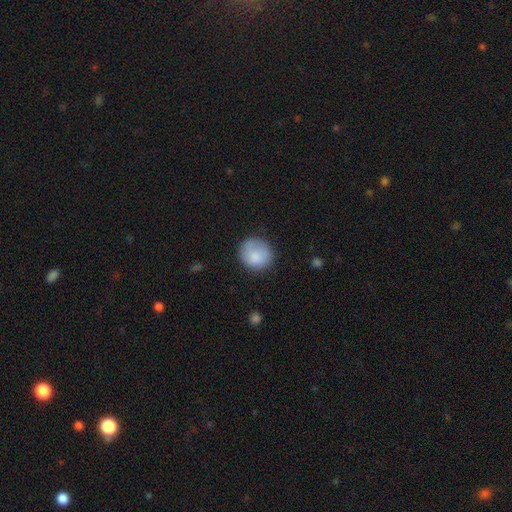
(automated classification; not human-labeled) A smooth galaxy with no disk features (82%) that is round (84%). Merging: none (72%).